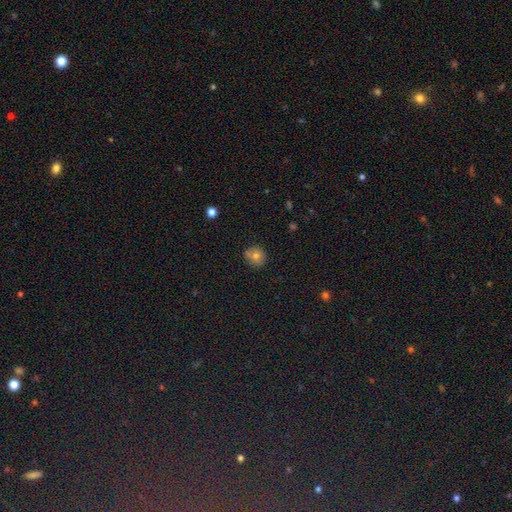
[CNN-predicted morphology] Overall: smooth (72%). How rounded: round (84%). Merging: none (70%).